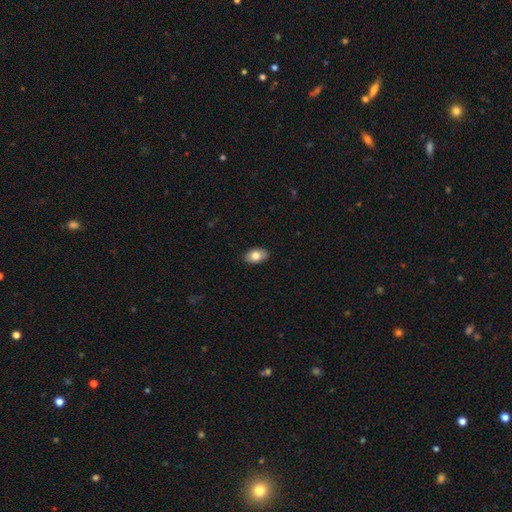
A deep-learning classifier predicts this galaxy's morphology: A smooth galaxy with no disk features (80%) that is in between round and cigar-shaped (90%). Merging: none (88%).